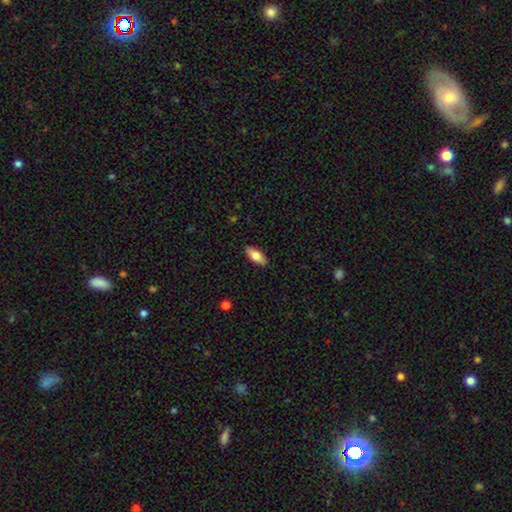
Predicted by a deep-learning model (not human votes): Smooth or featured? Predicted: smooth (p=0.74). How rounded? Predicted: in between (p=0.78). Merging? Predicted: none (p=0.89).